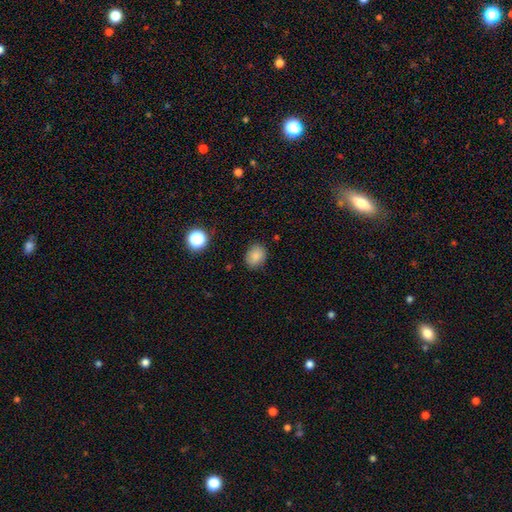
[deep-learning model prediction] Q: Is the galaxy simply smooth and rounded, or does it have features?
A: smooth — 84%.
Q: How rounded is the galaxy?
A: in between — 53%.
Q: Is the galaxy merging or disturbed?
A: none — 83%.